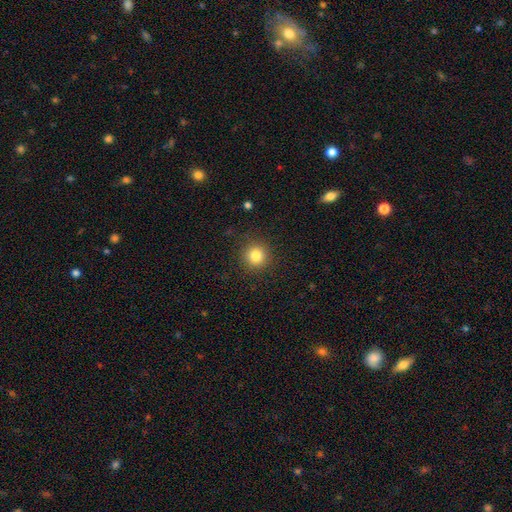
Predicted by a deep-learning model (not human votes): A smooth galaxy with no disk features (83%) that is round (94%). Merging: none (90%).